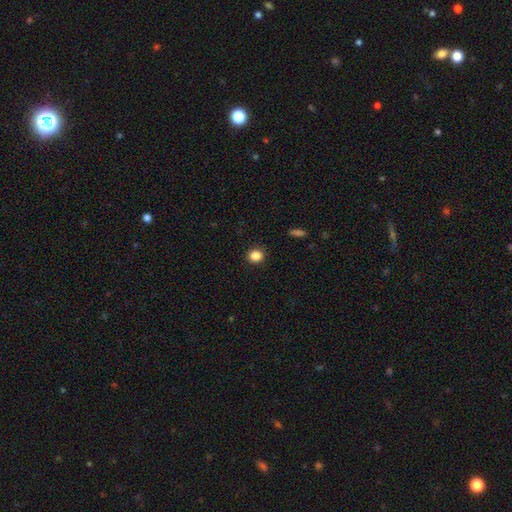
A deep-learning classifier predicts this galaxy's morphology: A smooth galaxy with no disk features (86%) that is round (78%). Merging: none (91%).